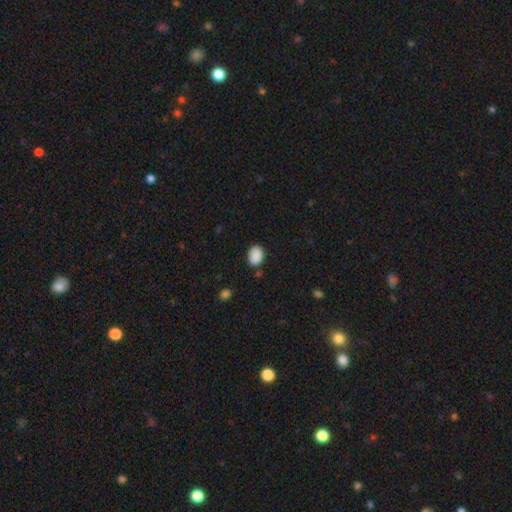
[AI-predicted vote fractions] smooth-or-featured: smooth: 89% | star or artifact: 8% | featured or disk: 3%
  how-rounded: in between: 64% | round: 35% | cigar-shaped: 1%
  merging: none: 82% | minor disturbance: 12% | major disturbance: 3% | merger: 2%